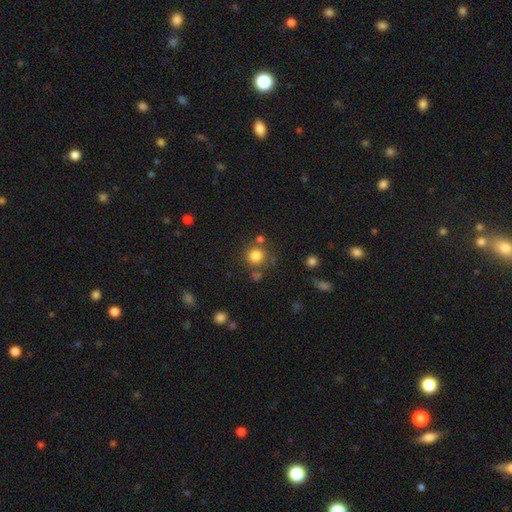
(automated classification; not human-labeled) Smooth or featured? Predicted: smooth (p=0.81). How rounded? Predicted: round (p=0.92). Merging? Predicted: none (p=0.76).